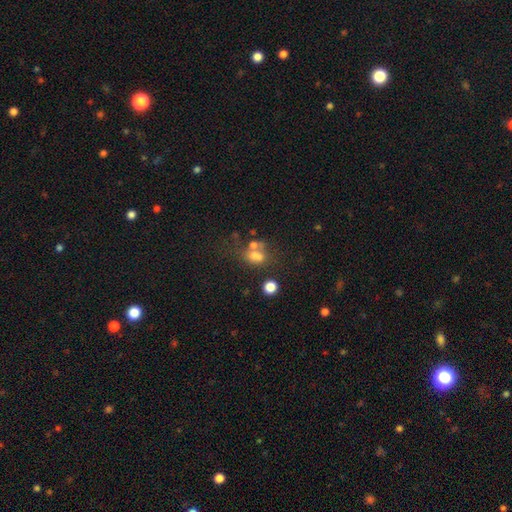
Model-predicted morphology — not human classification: A smooth galaxy with no disk features (60%) that is in between round and cigar-shaped (62%). Merging: merger (37%).